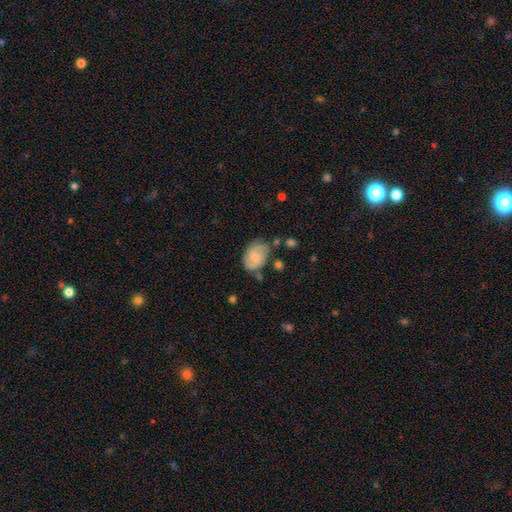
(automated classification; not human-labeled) The model was most divided on "bar" (2-way tie): weak: 46%, no: 46%, strong: 8%. Remaining: edge-on disk — no (97%); spiral arms — yes (90%); spiral arm count — 2 (68%); merging — none (64%); smooth or featured — featured or disk (60%); bulge size — small (48%); spiral winding — medium (46%).